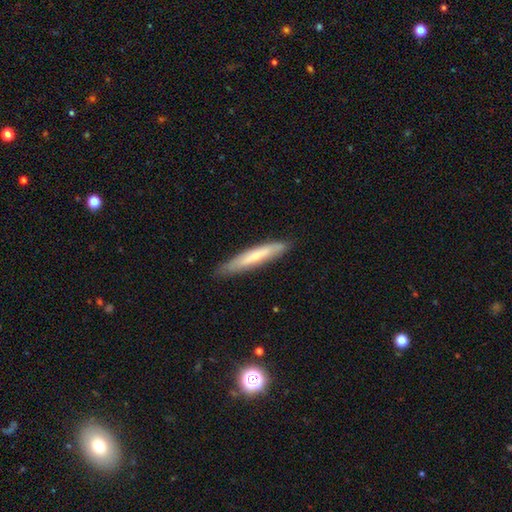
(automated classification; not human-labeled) Q: Smooth or featured?
A: smooth (57%); runner-up: featured or disk (38%)
Q: How rounded?
A: cigar-shaped (91%); runner-up: in between (8%)
Q: Merging?
A: none (84%); runner-up: minor disturbance (13%)